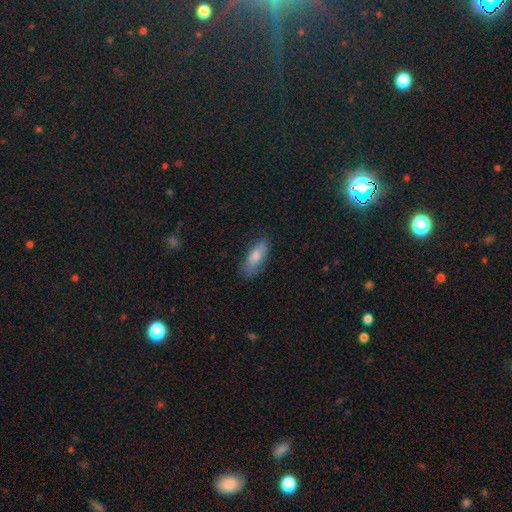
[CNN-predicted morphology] Smooth or featured?
  - smooth: 75% *
  - featured or disk: 17%
  - star or artifact: 8%
How rounded?
  - in between: 66% *
  - cigar-shaped: 31%
  - round: 2%
Merging?
  - none: 77% *
  - minor disturbance: 18%
  - major disturbance: 4%
  - merger: 1%